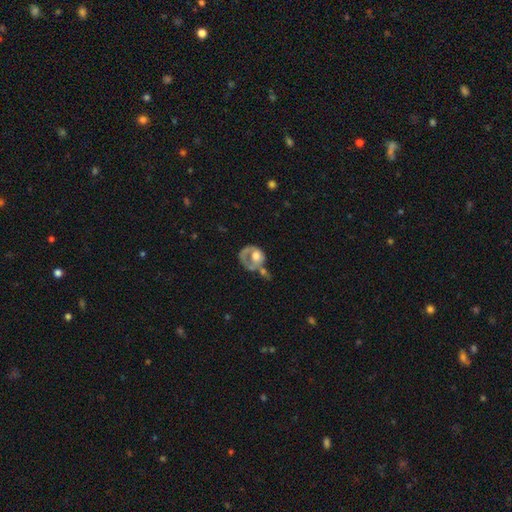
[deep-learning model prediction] This is possibly a featured or disk galaxy (54%). It is clearly not viewed edge-on (96%). Bar: clearly no (87%). Spiral arm pattern: likely no (71%). Central bulge: possibly moderate (53%). Merging: marginally major disturbance (30%).